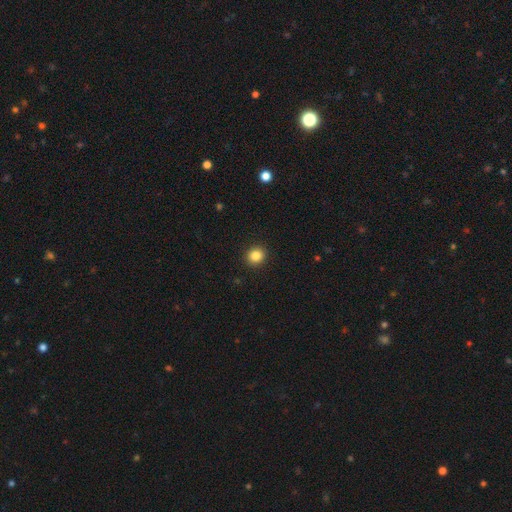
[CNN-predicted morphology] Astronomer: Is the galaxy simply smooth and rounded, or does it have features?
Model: smooth — 86%.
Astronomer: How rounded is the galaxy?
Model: round — 84%.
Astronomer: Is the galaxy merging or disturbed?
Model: none — 92%.